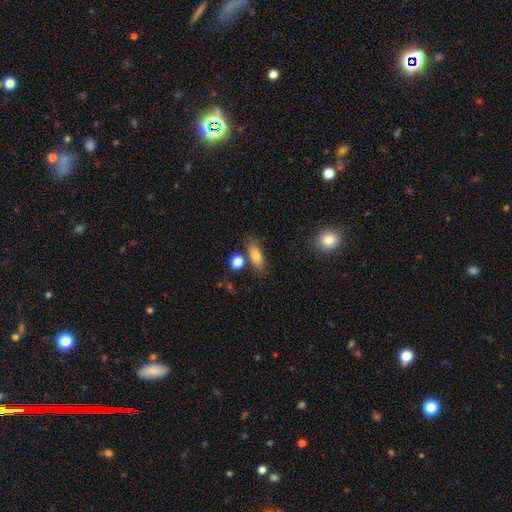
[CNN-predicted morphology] The model was most divided on "how rounded": in between: 66%, cigar-shaped: 27%, round: 7%. More confident: smooth or featured — smooth (80%); merging — none (75%).